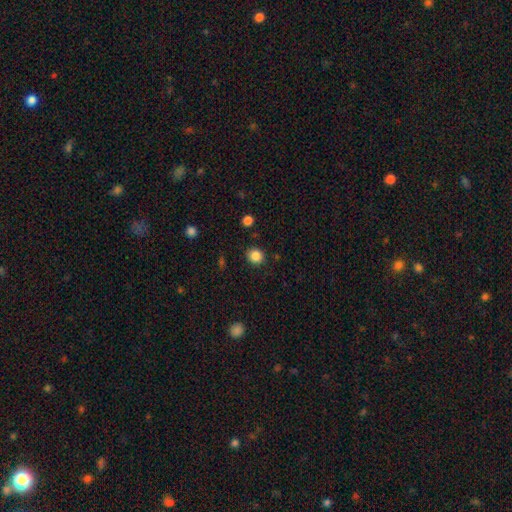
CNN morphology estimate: Overall: smooth (85%). How rounded: round (85%). Merging: none (89%).